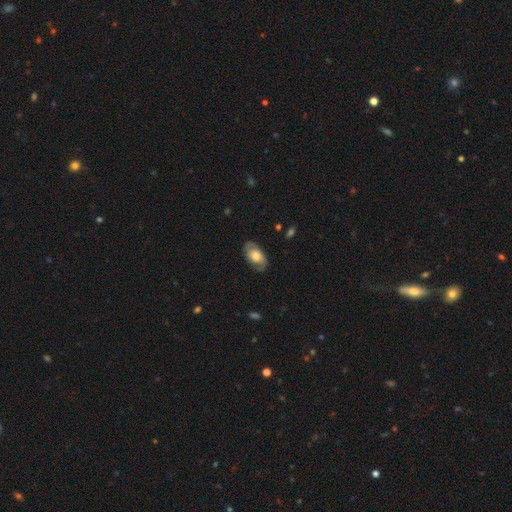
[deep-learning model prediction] smooth_or_featured: smooth (p=0.50) [alt: featured or disk p=0.44]
merging: none (p=0.76) [alt: minor disturbance p=0.18]